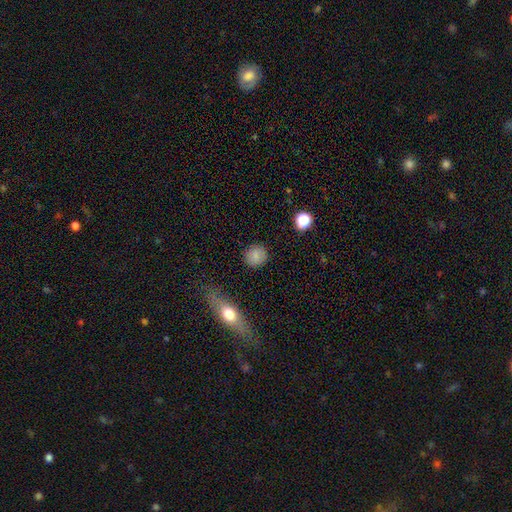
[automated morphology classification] This is clearly a smooth galaxy (82%). How rounded: clearly round (86%). Merging: clearly none (87%).